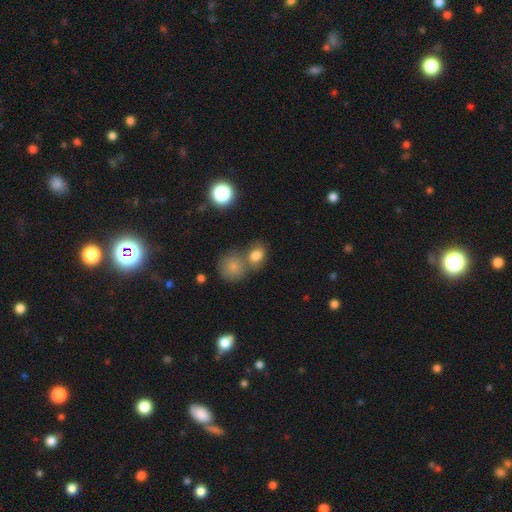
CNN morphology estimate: smooth 78%, star or artifact 12%, featured or disk 10%. Down the decision tree: how rounded — in between (53%); merging — merger (43%).